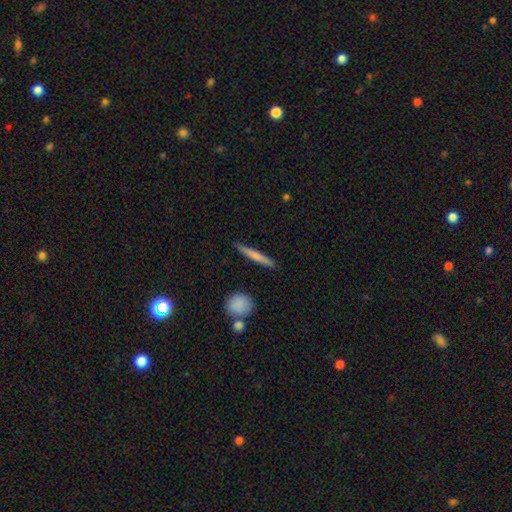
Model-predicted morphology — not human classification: Smooth or featured?
  - smooth: 58% *
  - featured or disk: 36%
  - star or artifact: 6%
How rounded?
  - cigar-shaped: 93% *
  - in between: 5%
  - round: 3%
Merging?
  - none: 88% *
  - minor disturbance: 9%
  - merger: 2%
  - major disturbance: 2%